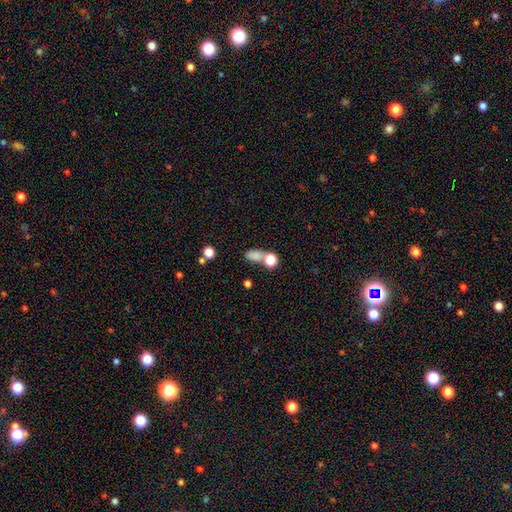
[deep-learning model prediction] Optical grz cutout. It shows a smooth galaxy with no disk features (76%) that is in between round and cigar-shaped (70%). Merging: none (44%).